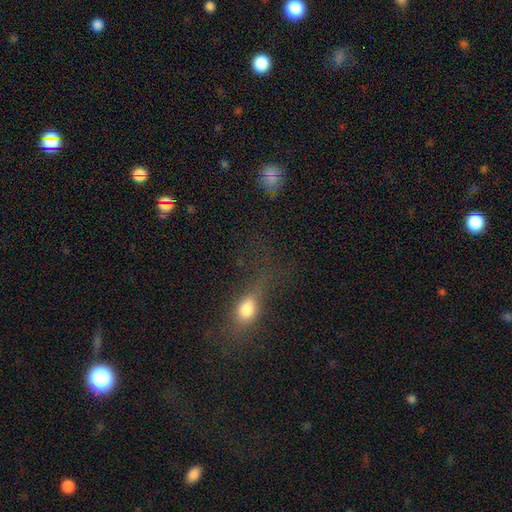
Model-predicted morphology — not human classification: A smooth galaxy with no disk features (48%). Merging: none (46%).